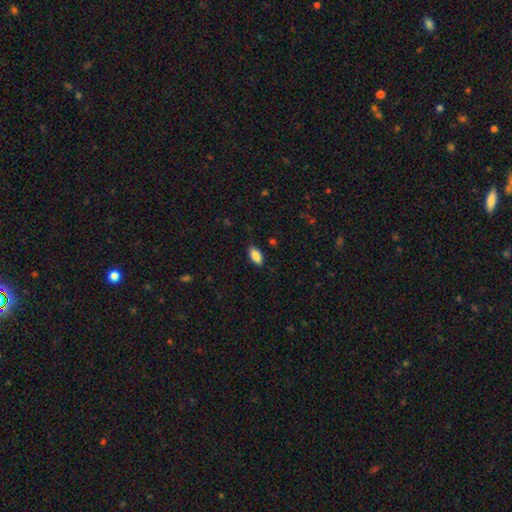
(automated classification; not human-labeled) smooth-or-featured: smooth: 85% | featured or disk: 7% | star or artifact: 7%
  how-rounded: in between: 91% | cigar-shaped: 6% | round: 3%
  merging: none: 85% | minor disturbance: 11% | major disturbance: 2% | merger: 1%